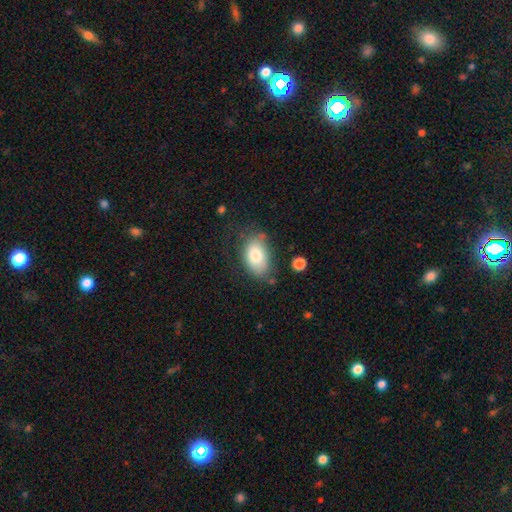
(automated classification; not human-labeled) This is likely a smooth galaxy (78%). How rounded: clearly in between (91%). Merging: likely none (66%).